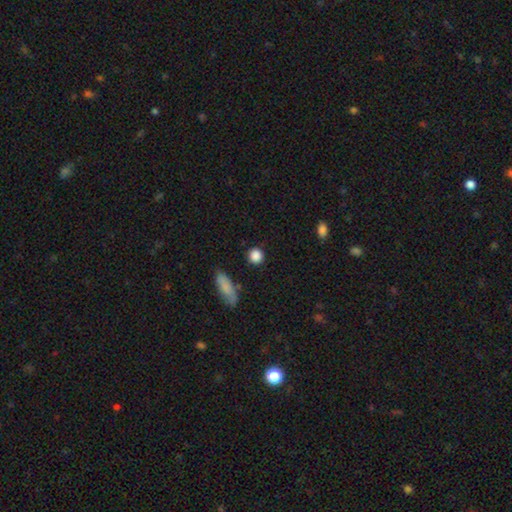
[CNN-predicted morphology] Smooth or featured: smooth — 86% (star or artifact — 9%)
How rounded: round — 89% (in between — 9%)
Merging: none — 85% (minor disturbance — 9%)